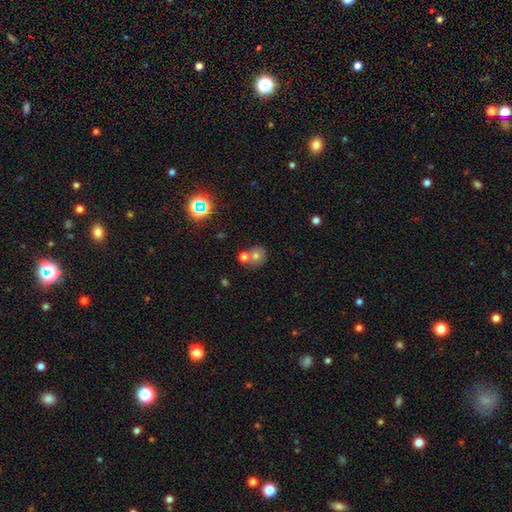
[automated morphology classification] Smooth or featured?
  - smooth: 66% *
  - featured or disk: 17%
  - star or artifact: 16%
How rounded?
  - round: 75% *
  - in between: 24%
  - cigar-shaped: 1%
Merging?
  - merger: 45% *
  - none: 42%
  - minor disturbance: 9%
  - major disturbance: 4%